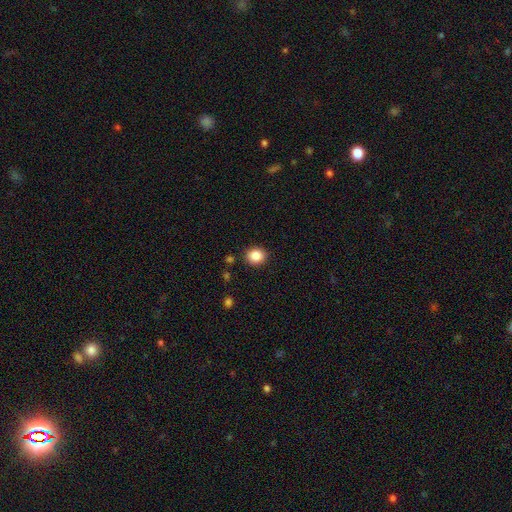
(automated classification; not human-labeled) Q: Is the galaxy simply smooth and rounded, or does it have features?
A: smooth — 87%.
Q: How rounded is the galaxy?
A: round — 72%.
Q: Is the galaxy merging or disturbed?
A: none — 89%.